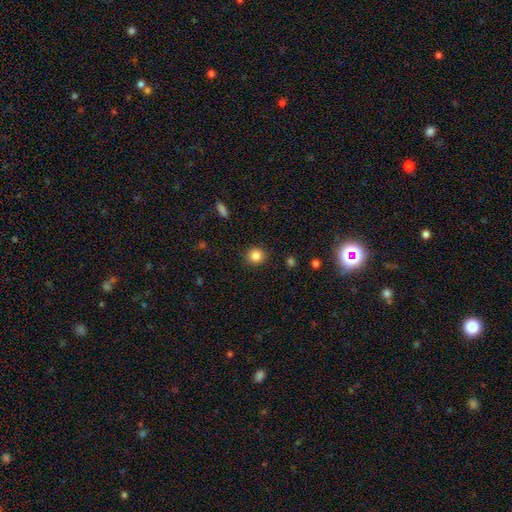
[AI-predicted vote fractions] Smooth or featured?
  - smooth: 84% *
  - star or artifact: 11%
  - featured or disk: 5%
How rounded?
  - round: 89% *
  - in between: 10%
  - cigar-shaped: 1%
Merging?
  - none: 89% *
  - minor disturbance: 7%
  - major disturbance: 2%
  - merger: 1%